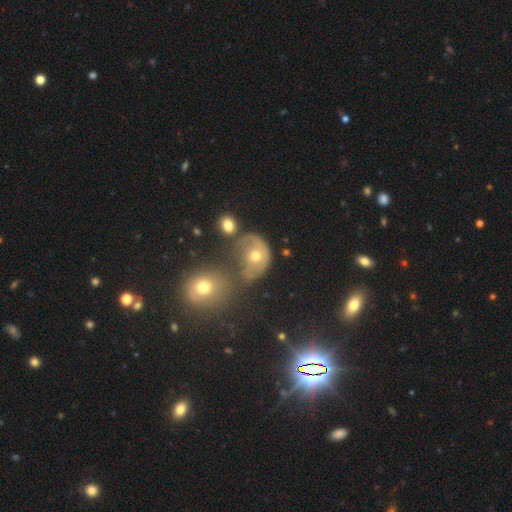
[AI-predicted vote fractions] This is possibly a smooth galaxy (50%). How rounded: possibly round (51%). Merging: marginally merger (34%).